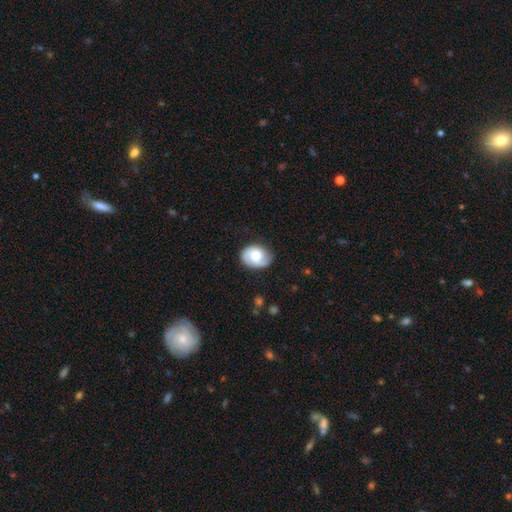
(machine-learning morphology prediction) Smooth or featured? featured or disk (52%)
Edge-on disk? no (96%)
Merging? none (73%)